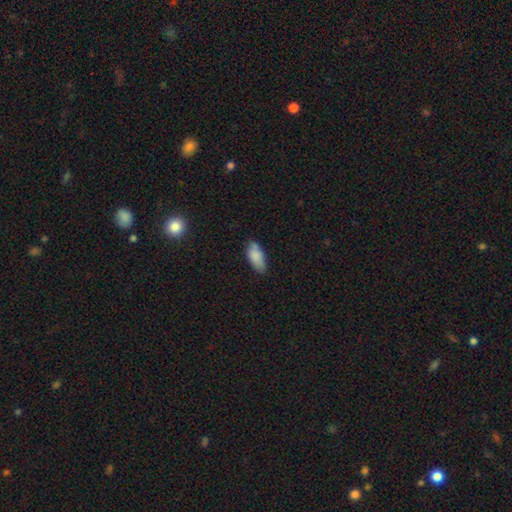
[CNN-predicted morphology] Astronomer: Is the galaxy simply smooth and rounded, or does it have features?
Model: smooth — 84%.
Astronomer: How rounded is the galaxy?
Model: in between — 87%.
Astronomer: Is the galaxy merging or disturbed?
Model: none — 67%.